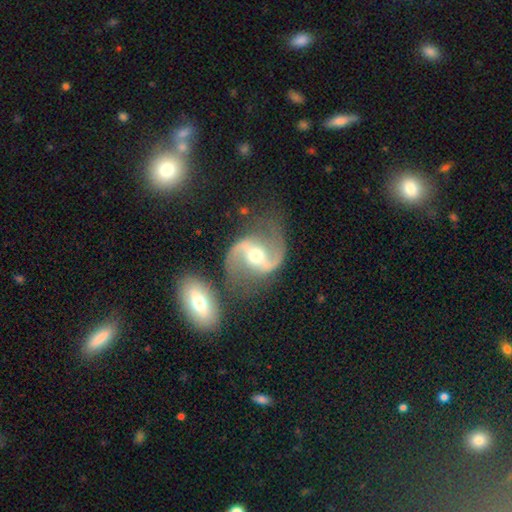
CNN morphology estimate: This is clearly a featured or disk galaxy (91%). It is clearly not viewed edge-on (98%). Bar: marginally strong (43%). Spiral arm pattern: clearly yes (97%). Spiral arm count: clearly 2 (94%). Spiral winding: possibly loose (57%). Central bulge: likely moderate (70%). Merging: likely none (70%).